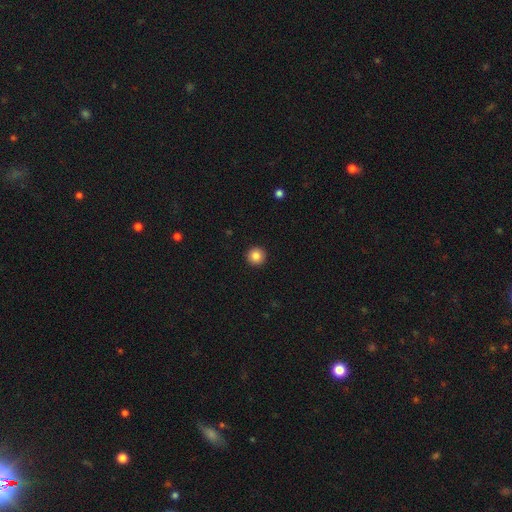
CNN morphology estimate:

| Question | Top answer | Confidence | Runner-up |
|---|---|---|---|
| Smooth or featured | smooth | 85% | star or artifact (10%) |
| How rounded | round | 96% | in between (3%) |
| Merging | none | 94% | minor disturbance (4%) |